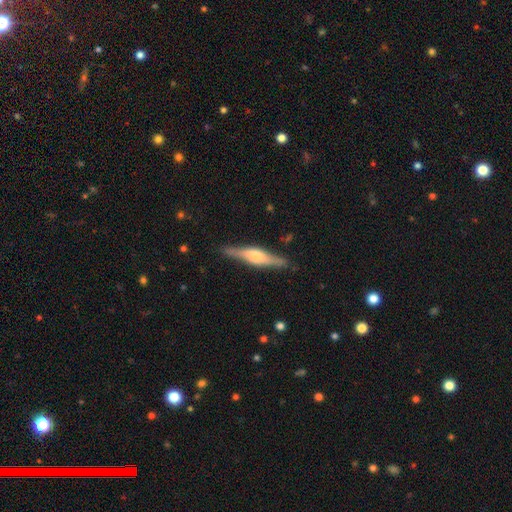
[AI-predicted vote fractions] Q: Smooth or featured?
A: featured or disk (71%); runner-up: smooth (23%)
Q: Edge-on disk?
A: yes (96%); runner-up: no (4%)
Q: Edge-on bulge?
A: rounded (73%); runner-up: boxy (22%)
Q: Merging?
A: none (87%); runner-up: minor disturbance (10%)